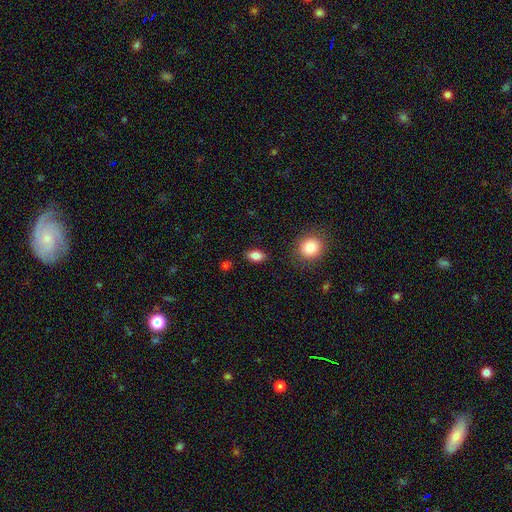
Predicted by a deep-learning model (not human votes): Smooth or featured?
  - smooth: 83% *
  - star or artifact: 9%
  - featured or disk: 8%
How rounded?
  - in between: 86% *
  - round: 9%
  - cigar-shaped: 4%
Merging?
  - none: 86% *
  - minor disturbance: 10%
  - major disturbance: 2%
  - merger: 2%